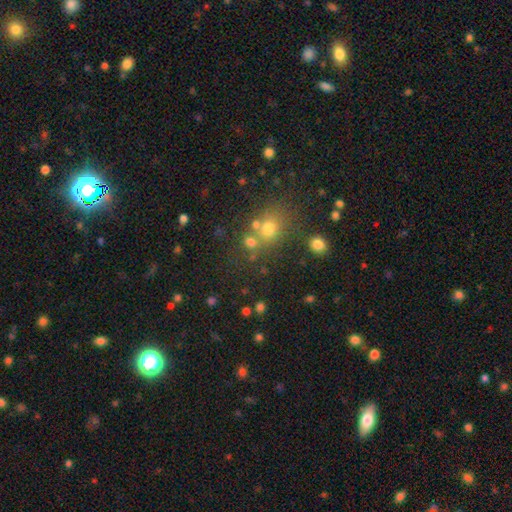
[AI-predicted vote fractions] This appears to be a smooth galaxy with no disk features (50%) that is round (83%). Merging: none (62%).